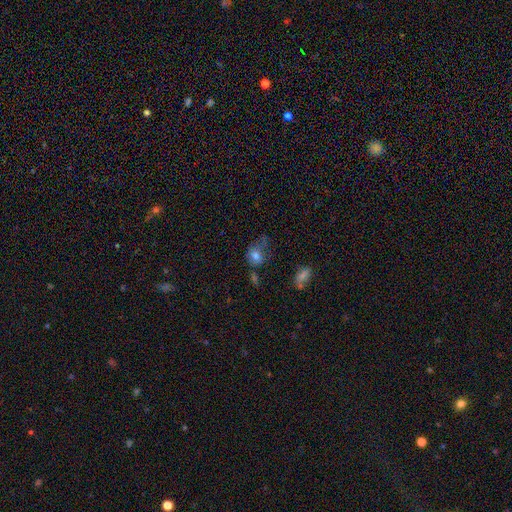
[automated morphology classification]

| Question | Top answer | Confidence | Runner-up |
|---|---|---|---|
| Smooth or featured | smooth | 74% | featured or disk (15%) |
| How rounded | in between | 50% | round (49%) |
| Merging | none | 39% | minor disturbance (31%) |